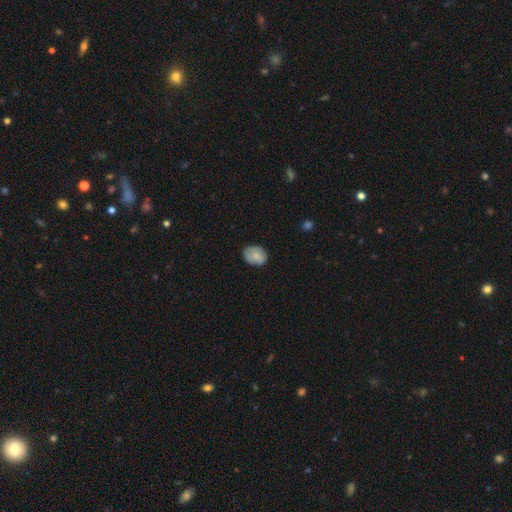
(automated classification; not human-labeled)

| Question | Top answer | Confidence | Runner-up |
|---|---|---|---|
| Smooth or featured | smooth | 69% | featured or disk (23%) |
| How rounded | in between | 58% | round (41%) |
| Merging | none | 69% | minor disturbance (24%) |